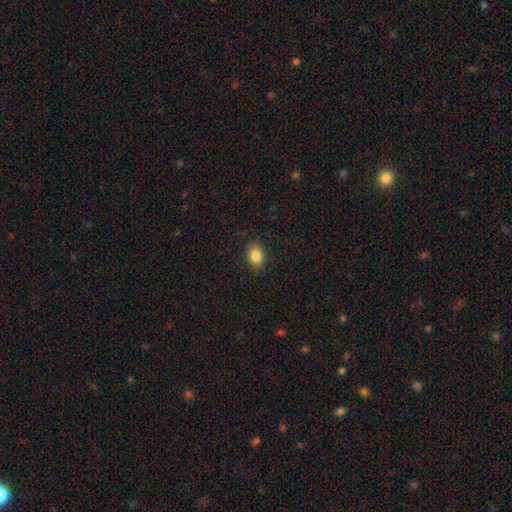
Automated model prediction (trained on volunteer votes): Smooth or featured? Predicted: smooth (p=0.85). How rounded? Predicted: in between (p=0.67). Merging? Predicted: none (p=0.87).